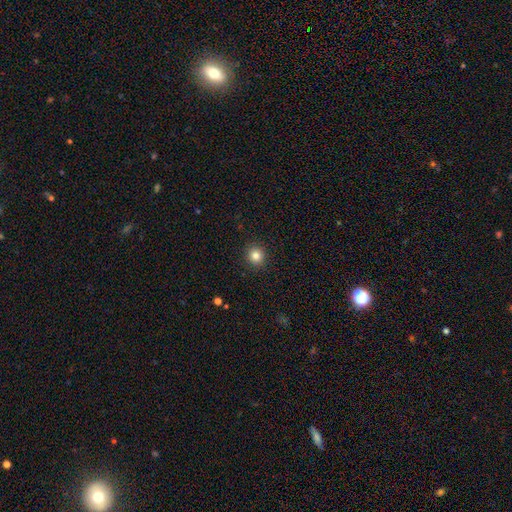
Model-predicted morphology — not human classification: Overall: smooth (83%). How rounded: round (93%). Merging: none (92%).